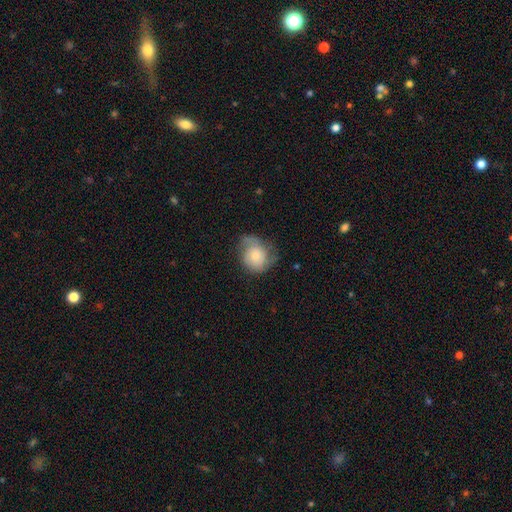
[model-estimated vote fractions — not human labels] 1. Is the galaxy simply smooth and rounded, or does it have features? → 57% smooth, 35% featured or disk, 8% star or artifact.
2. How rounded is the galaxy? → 67% round, 32% in between, 1% cigar-shaped.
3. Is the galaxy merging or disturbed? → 49% none, 33% minor disturbance, 16% major disturbance, 2% merger.